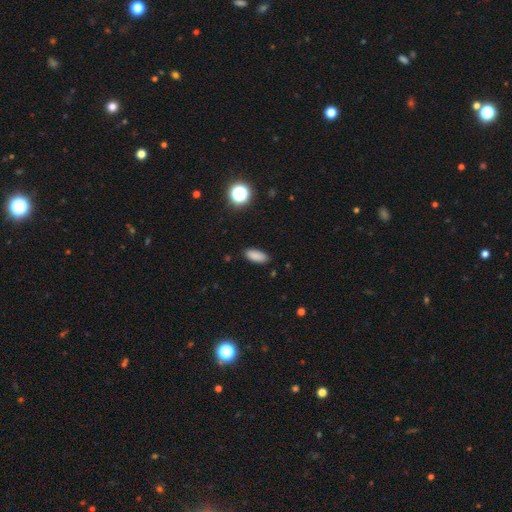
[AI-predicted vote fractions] Morphology: type=smooth (86%); roundness=in between (82%); merging=none (87%).